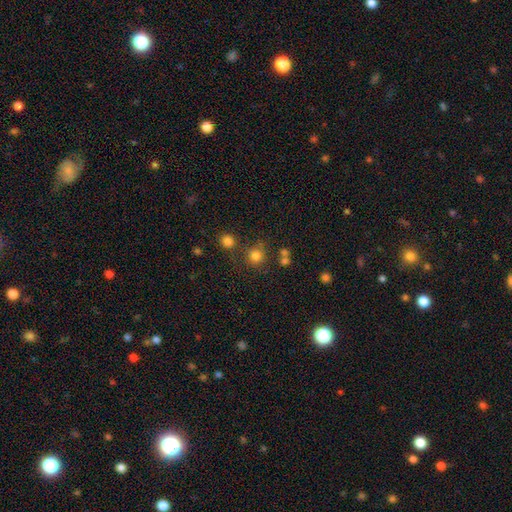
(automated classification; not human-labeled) Smooth or featured? smooth (78%)
How rounded? round (91%)
Merging? none (73%)